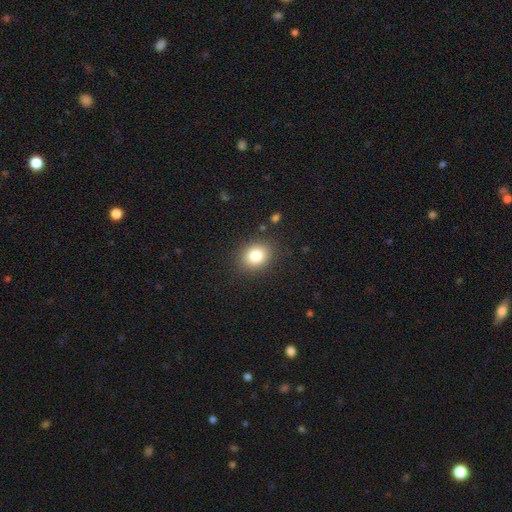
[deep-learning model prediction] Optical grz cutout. It shows a smooth galaxy with no disk features (82%) that is round (60%). Merging: none (86%).